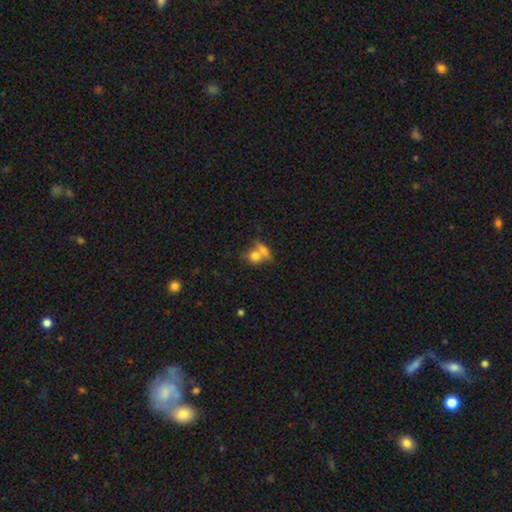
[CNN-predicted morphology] Smooth or featured?
  - smooth: 73% *
  - featured or disk: 16%
  - star or artifact: 11%
How rounded?
  - round: 57% *
  - in between: 37%
  - cigar-shaped: 6%
Merging?
  - merger: 51% *
  - none: 36%
  - minor disturbance: 8%
  - major disturbance: 5%